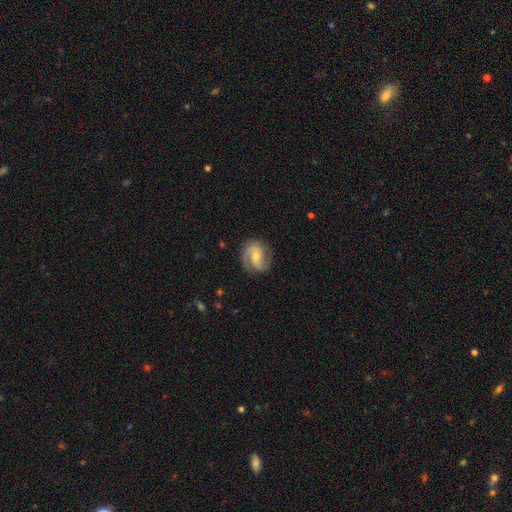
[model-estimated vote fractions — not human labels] Smooth or featured: featured or disk — 83% (smooth — 11%)
Edge-on disk: no — 98% (yes — 2%)
Bar: weak — 44% (no — 39%)
Spiral arms: yes — 96% (no — 4%)
Spiral winding: medium — 49% (tight — 33%)
Spiral arm count: 2 — 85% (can't tell — 5%)
Bulge size: small — 47% (tied with moderate — 47%)
Merging: none — 81% (minor disturbance — 13%)